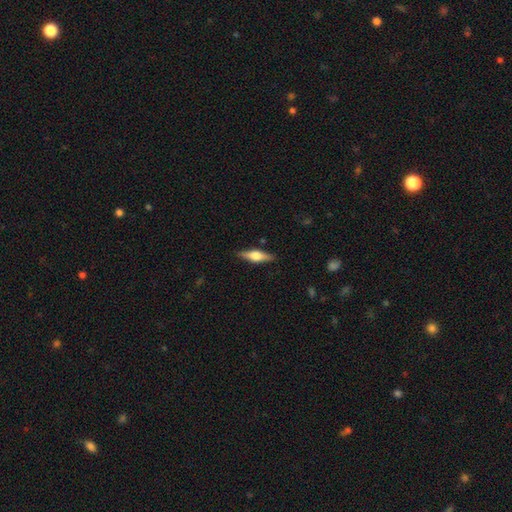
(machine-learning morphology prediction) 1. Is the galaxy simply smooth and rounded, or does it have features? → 58% featured or disk, 36% smooth, 6% star or artifact.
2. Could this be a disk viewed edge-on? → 96% yes, 4% no.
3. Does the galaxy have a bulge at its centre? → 90% rounded, 8% boxy, 2% none.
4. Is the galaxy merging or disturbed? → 88% none, 9% minor disturbance, 2% major disturbance, 1% merger.